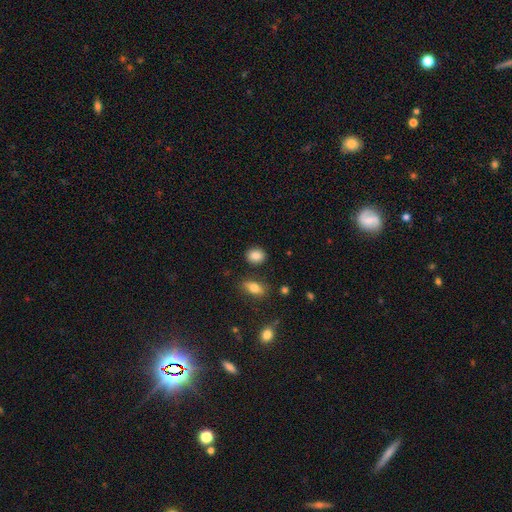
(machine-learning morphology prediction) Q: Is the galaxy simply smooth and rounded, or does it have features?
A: smooth — 86%.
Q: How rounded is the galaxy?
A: in between — 51%.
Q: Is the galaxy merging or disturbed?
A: none — 85%.